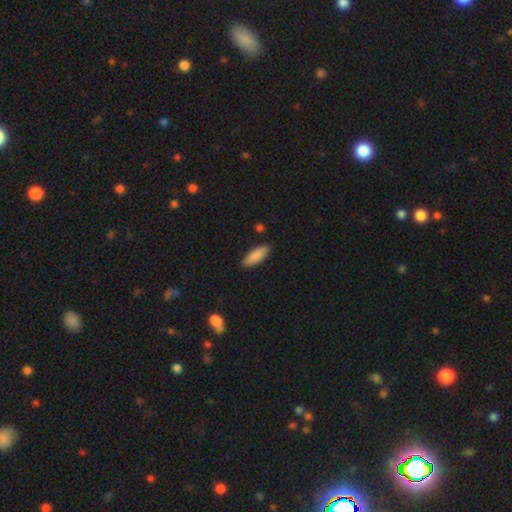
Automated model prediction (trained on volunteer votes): Smooth or featured? Predicted: smooth (p=0.87). How rounded? Predicted: in between (p=0.62). Merging? Predicted: none (p=0.87).